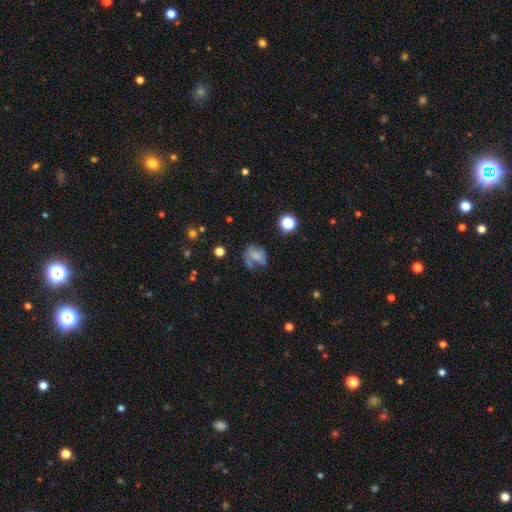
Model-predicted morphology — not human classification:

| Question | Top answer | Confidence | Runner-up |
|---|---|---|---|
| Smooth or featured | smooth | 55% | featured or disk (28%) |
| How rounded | in between | 51% | round (47%) |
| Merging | none | 33% | major disturbance (31%) |